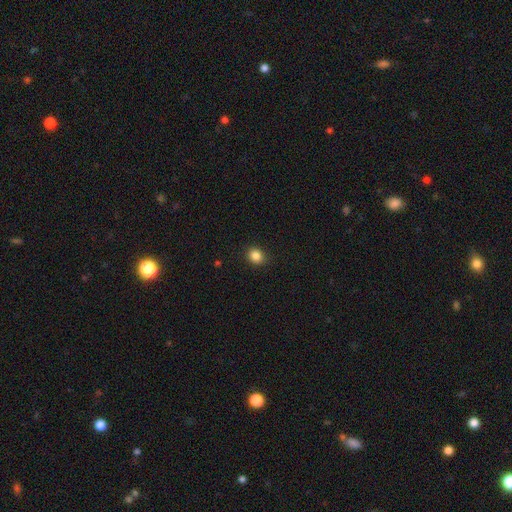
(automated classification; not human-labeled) The model was most divided on "how rounded": round: 70%, in between: 29%, cigar-shaped: 1%. More confident: merging — none (89%); smooth or featured — smooth (85%).